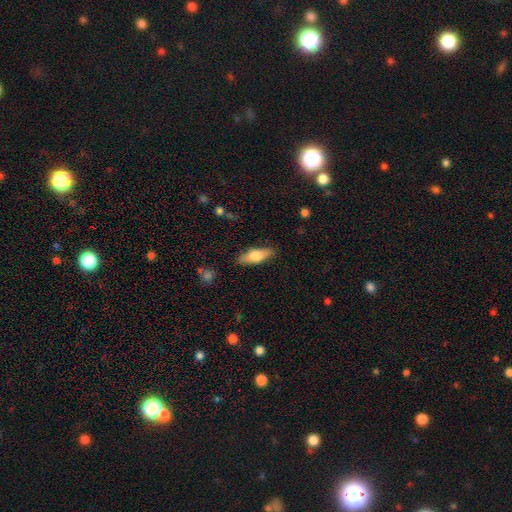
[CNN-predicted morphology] Smooth or featured?
  - smooth: 67% *
  - featured or disk: 27%
  - star or artifact: 6%
How rounded?
  - in between: 68% *
  - cigar-shaped: 29%
  - round: 3%
Merging?
  - none: 86% *
  - minor disturbance: 10%
  - major disturbance: 2%
  - merger: 1%